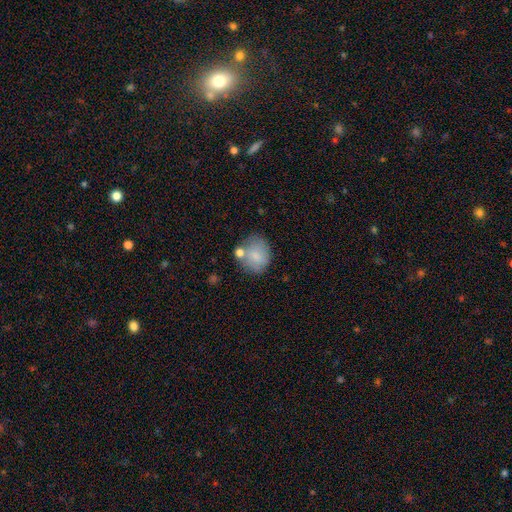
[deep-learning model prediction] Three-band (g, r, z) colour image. It shows a smooth galaxy with no disk features (75%) that is round (60%). Merging: none (54%).